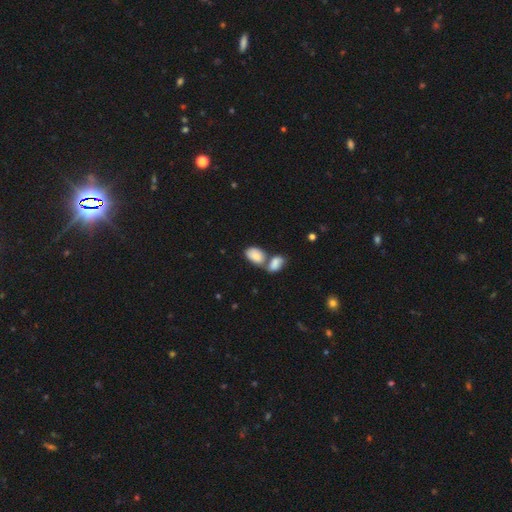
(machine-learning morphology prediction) smooth-or-featured: smooth: 82% | featured or disk: 11% | star or artifact: 6%
  how-rounded: in between: 91% | round: 8% | cigar-shaped: 2%
  merging: merger: 56% | none: 31% | minor disturbance: 10% | major disturbance: 4%